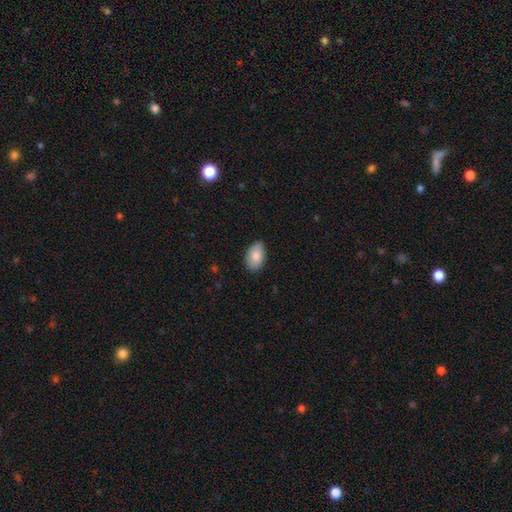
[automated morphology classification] Smooth or featured? Predicted: smooth (p=0.85). How rounded? Predicted: in between (p=0.92). Merging? Predicted: none (p=0.78).